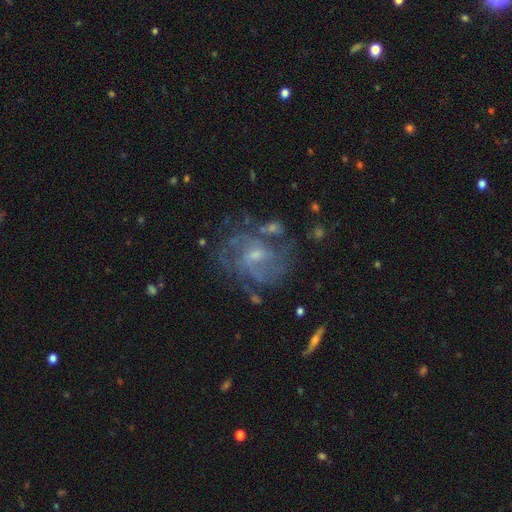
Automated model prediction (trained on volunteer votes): featured or disk 80%, smooth 11%, star or artifact 9%. Down the decision tree: edge-on disk — no (97%); bar — weak (47%); spiral arms — yes (85%); spiral arm count — can't tell (38%); spiral winding — medium (44%); bulge size — small (55%); merging — none (60%).